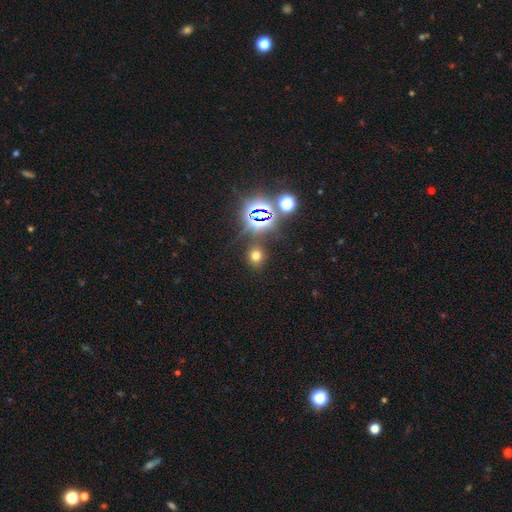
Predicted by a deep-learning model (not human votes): This appears to be a smooth galaxy with no disk features (63%) that is round (74%). Merging: none (83%).